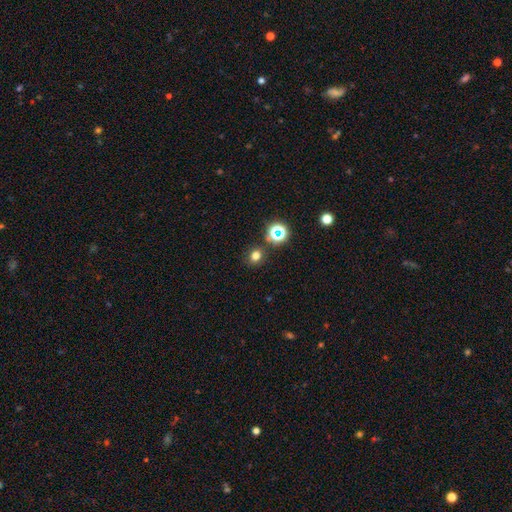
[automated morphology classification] Q: Smooth or featured?
A: smooth (71%); runner-up: star or artifact (22%)
Q: How rounded?
A: round (76%); runner-up: in between (23%)
Q: Merging?
A: none (83%); runner-up: minor disturbance (8%)